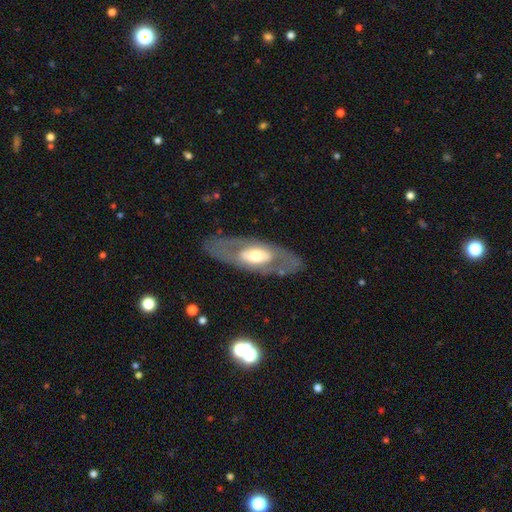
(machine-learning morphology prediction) featured or disk 64%, smooth 31%, star or artifact 5%. Down the decision tree: edge-on disk — no (81%); bar — no (72%); spiral arms — no (77%); bulge size — moderate (60%); merging — none (79%).